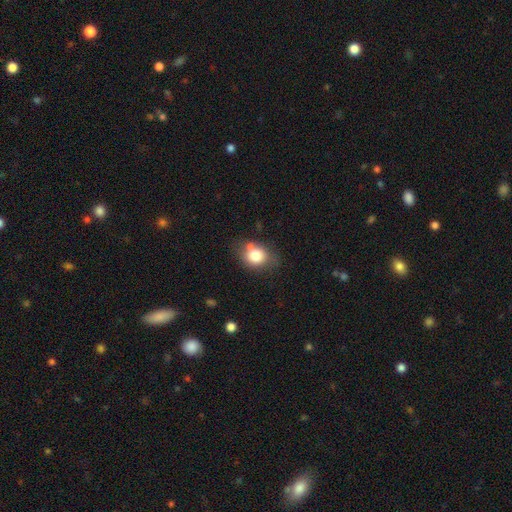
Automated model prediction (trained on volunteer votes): smooth 77%, featured or disk 13%, star or artifact 10%. Down the decision tree: how rounded — in between (50%); merging — none (58%).